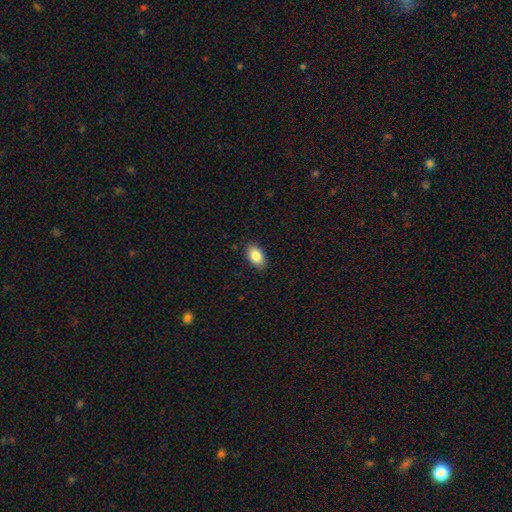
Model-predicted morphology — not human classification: Q: Smooth or featured?
A: smooth (86%); runner-up: featured or disk (7%)
Q: How rounded?
A: in between (92%); runner-up: round (6%)
Q: Merging?
A: none (88%); runner-up: minor disturbance (9%)